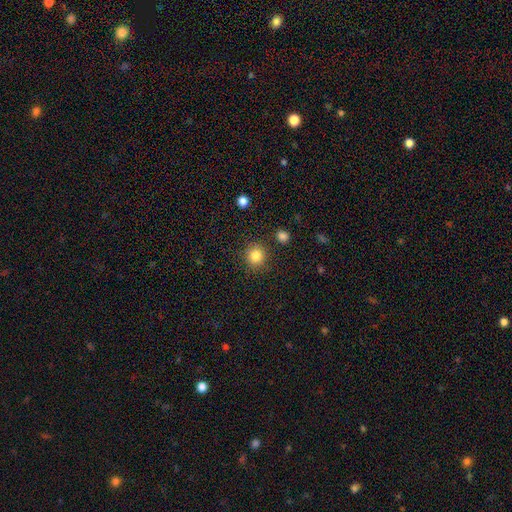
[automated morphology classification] Smooth or featured: smooth — 84% (star or artifact — 11%)
How rounded: round — 90% (in between — 9%)
Merging: none — 87% (minor disturbance — 7%)